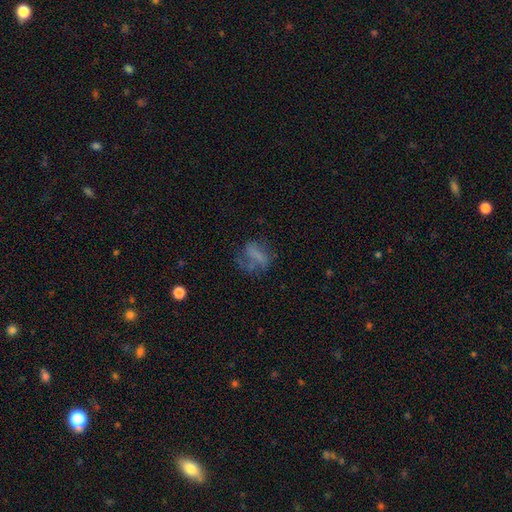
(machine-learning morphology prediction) Overall: smooth (51%; featured or disk 34%). How rounded: in between (67%). Merging: none (39%; major disturbance 33%).